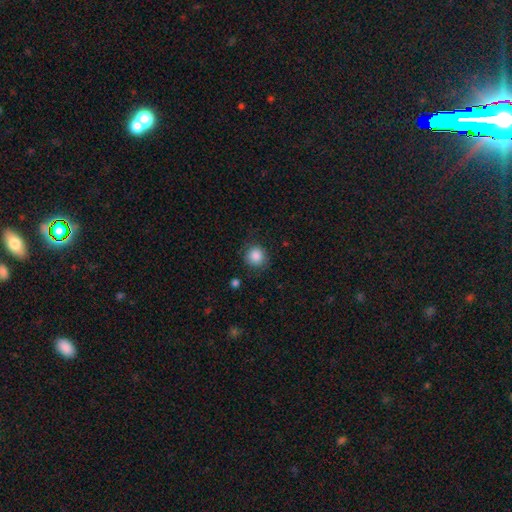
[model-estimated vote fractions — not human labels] Smooth or featured? smooth (86%)
How rounded? round (89%)
Merging? none (81%)